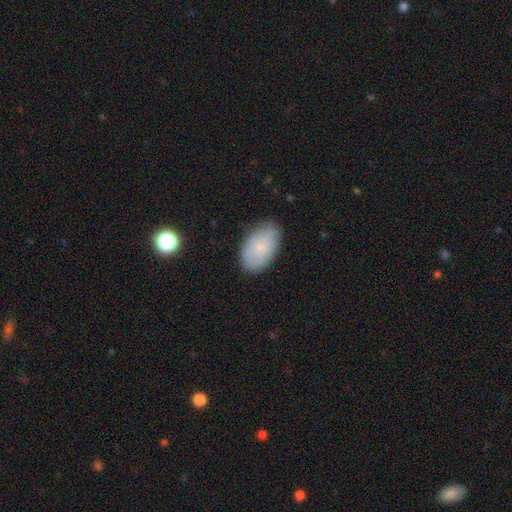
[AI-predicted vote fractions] This appears to be a smooth galaxy with no disk features (81%) that is in between round and cigar-shaped (93%). Merging: none (81%).